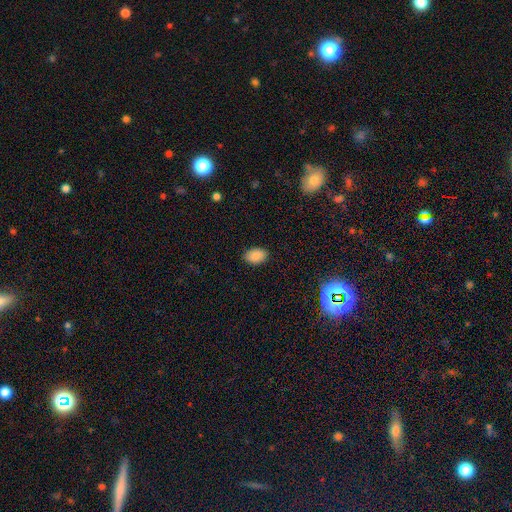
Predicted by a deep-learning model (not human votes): smooth 88%, star or artifact 9%, featured or disk 3%. Down the decision tree: how rounded — in between (89%); merging — none (88%).